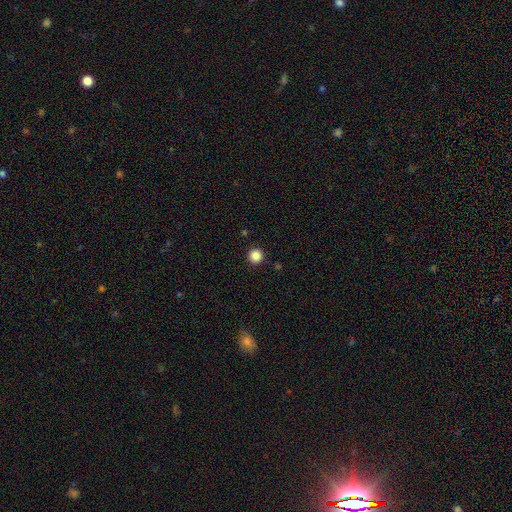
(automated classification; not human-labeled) Smooth or featured? smooth (86%)
How rounded? round (96%)
Merging? none (93%)